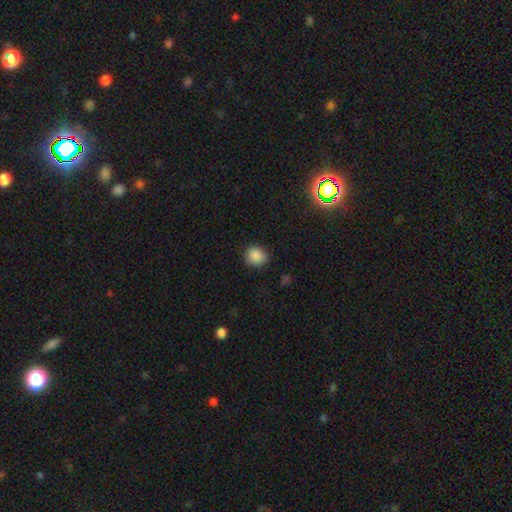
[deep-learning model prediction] Smooth or featured? smooth (87%)
How rounded? round (76%)
Merging? none (84%)